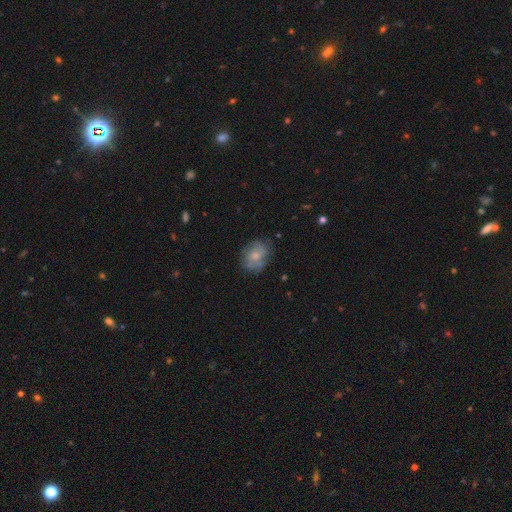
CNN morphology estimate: The model was most divided on "smooth or featured": smooth: 52%, featured or disk: 39%, star or artifact: 9%. More confident: merging — none (63%); how rounded — in between (58%).